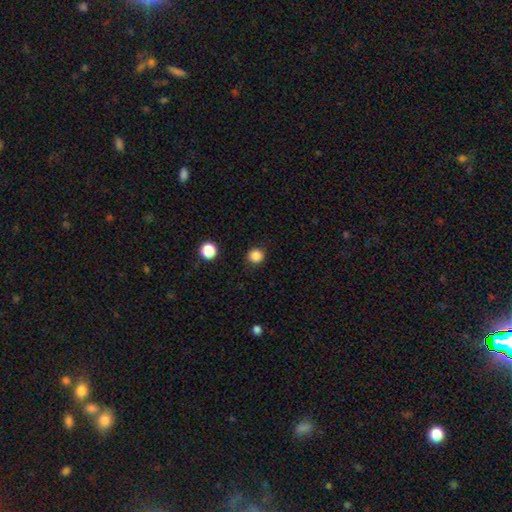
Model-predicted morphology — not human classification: The model was most divided on "smooth or featured": smooth: 86%, star or artifact: 11%, featured or disk: 3%. More confident: how rounded — round (92%); merging — none (89%).